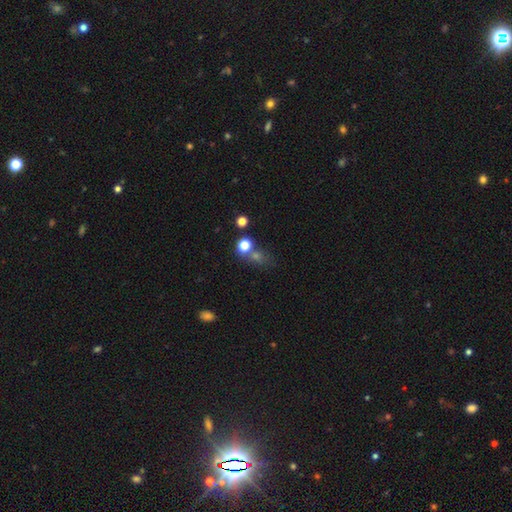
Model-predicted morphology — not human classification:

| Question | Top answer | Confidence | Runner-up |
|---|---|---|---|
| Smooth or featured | smooth | 53% | star or artifact (34%) |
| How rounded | round | 66% | in between (31%) |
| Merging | none | 55% | merger (27%) |